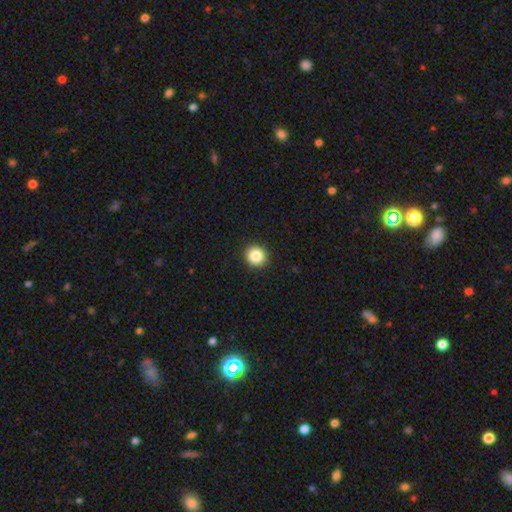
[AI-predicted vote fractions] smooth 86%, star or artifact 10%, featured or disk 5%. Down the decision tree: how rounded — round (94%); merging — none (93%).